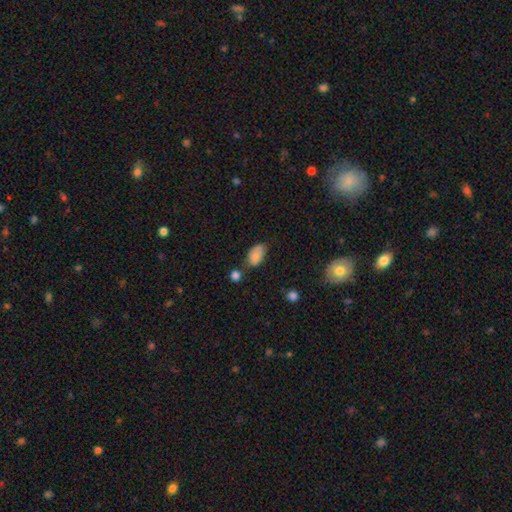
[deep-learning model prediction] Smooth or featured?
  - smooth: 83% *
  - star or artifact: 9%
  - featured or disk: 8%
How rounded?
  - in between: 91% *
  - round: 7%
  - cigar-shaped: 2%
Merging?
  - none: 49% *
  - minor disturbance: 32%
  - merger: 11%
  - major disturbance: 8%